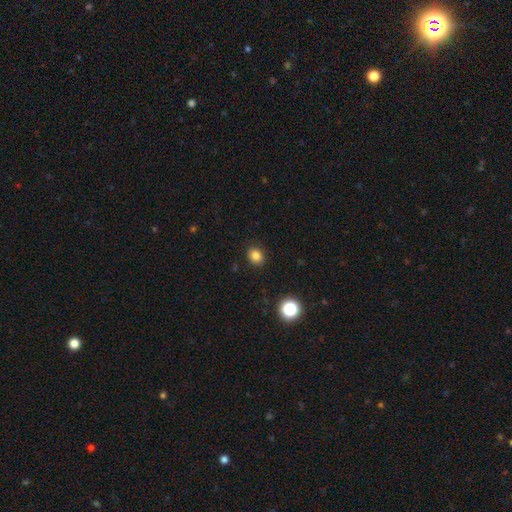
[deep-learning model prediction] Overall: smooth (82%). How rounded: round (61%; in between 38%). Merging: none (89%).